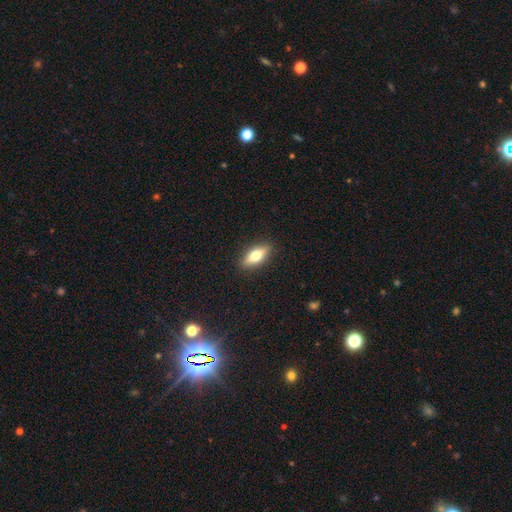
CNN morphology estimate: Smooth or featured: smooth — 65% (featured or disk — 28%)
How rounded: in between — 70% (cigar-shaped — 26%)
Merging: none — 89% (minor disturbance — 8%)